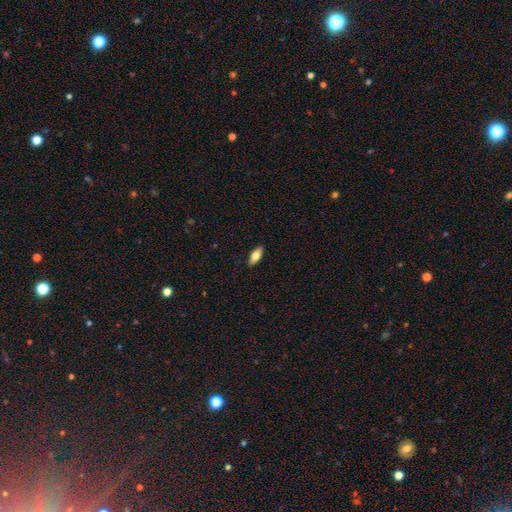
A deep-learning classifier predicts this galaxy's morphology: Smooth or featured?
  - smooth: 70% *
  - featured or disk: 24%
  - star or artifact: 7%
How rounded?
  - in between: 80% *
  - cigar-shaped: 18%
  - round: 3%
Merging?
  - none: 89% *
  - minor disturbance: 8%
  - major disturbance: 2%
  - merger: 1%